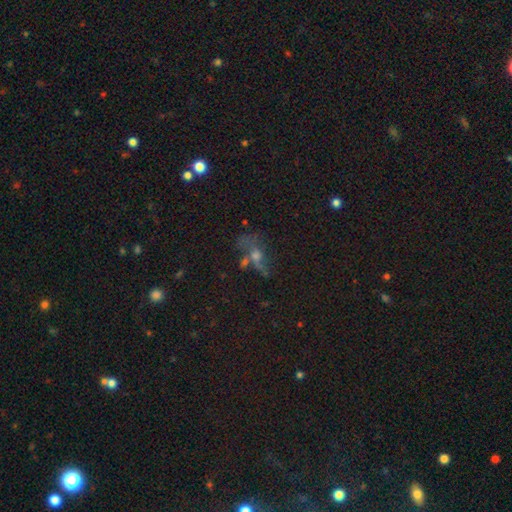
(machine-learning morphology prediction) smooth-or-featured: featured or disk: 36% | smooth: 32% | star or artifact: 32%
  merging: none: 35% | major disturbance: 26% | merger: 25% | minor disturbance: 15%